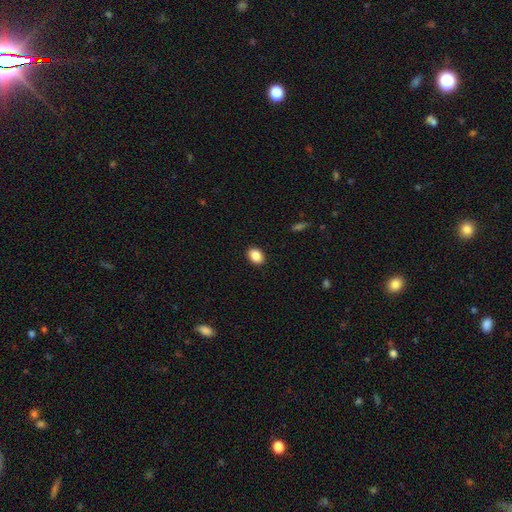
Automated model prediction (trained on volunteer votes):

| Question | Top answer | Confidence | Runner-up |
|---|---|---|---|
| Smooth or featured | smooth | 88% | star or artifact (8%) |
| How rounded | in between | 71% | round (28%) |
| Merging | none | 91% | minor disturbance (7%) |